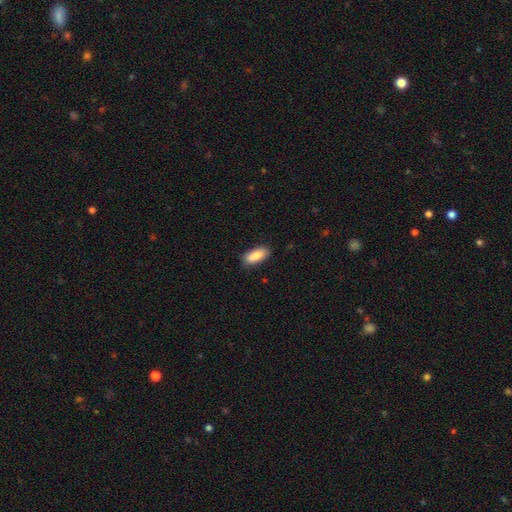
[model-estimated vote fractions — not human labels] Smooth or featured? smooth (85%)
How rounded? in between (83%)
Merging? none (85%)